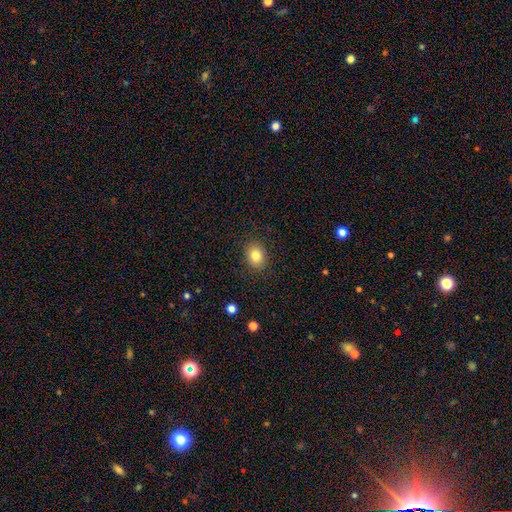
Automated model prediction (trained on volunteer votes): smooth 82%, star or artifact 10%, featured or disk 8%. Down the decision tree: how rounded — round (52%); merging — none (88%).